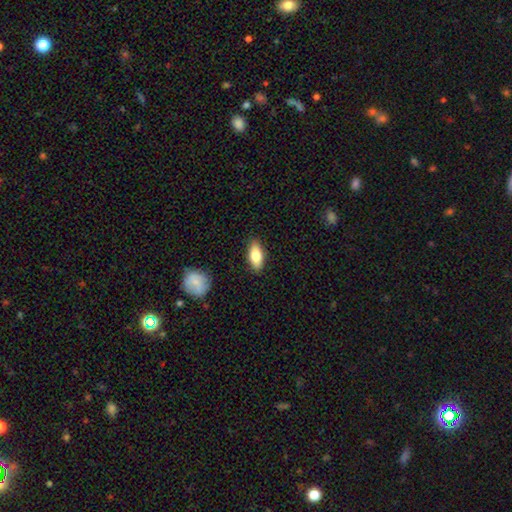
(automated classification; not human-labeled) A smooth galaxy with no disk features (77%) that is in between round and cigar-shaped (83%). Merging: none (87%).